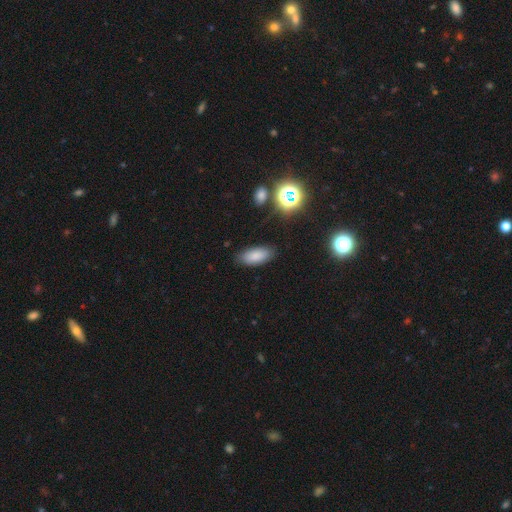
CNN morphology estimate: The model was most divided on "smooth or featured": smooth: 83%, star or artifact: 10%, featured or disk: 7%. More confident: how rounded — in between (86%); merging — none (84%).